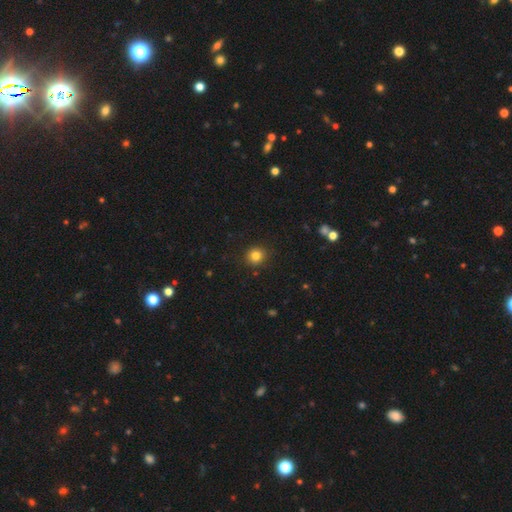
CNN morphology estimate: Smooth or featured?
  - smooth: 82% *
  - star or artifact: 12%
  - featured or disk: 6%
How rounded?
  - round: 91% *
  - in between: 8%
  - cigar-shaped: 1%
Merging?
  - none: 90% *
  - minor disturbance: 6%
  - major disturbance: 2%
  - merger: 1%